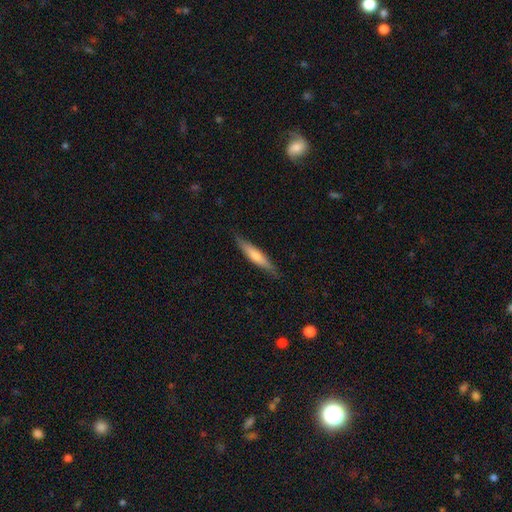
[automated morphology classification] smooth-or-featured: smooth: 63% | featured or disk: 32% | star or artifact: 6%
  how-rounded: cigar-shaped: 86% | in between: 13% | round: 1%
  merging: none: 84% | minor disturbance: 12% | major disturbance: 2% | merger: 1%